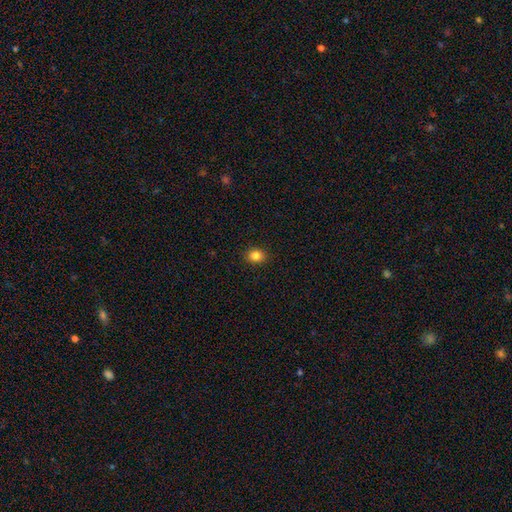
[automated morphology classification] Smooth or featured? Predicted: smooth (p=0.84). How rounded? Predicted: round (p=0.58). Merging? Predicted: none (p=0.91).